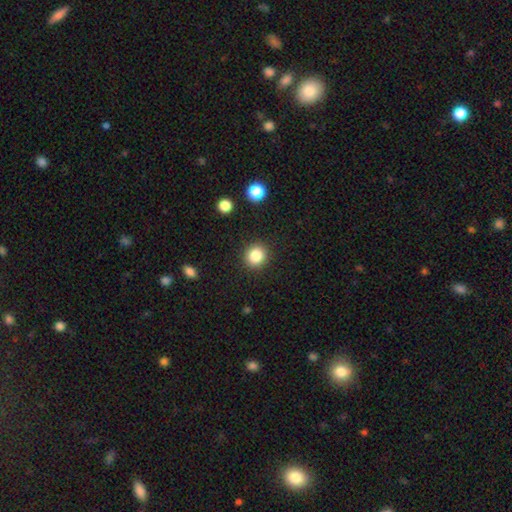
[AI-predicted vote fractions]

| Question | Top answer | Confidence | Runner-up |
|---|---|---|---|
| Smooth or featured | smooth | 84% | star or artifact (11%) |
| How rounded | round | 90% | in between (9%) |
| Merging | none | 91% | minor disturbance (6%) |